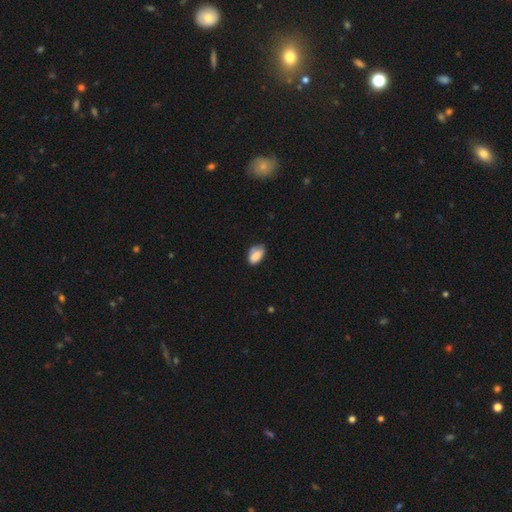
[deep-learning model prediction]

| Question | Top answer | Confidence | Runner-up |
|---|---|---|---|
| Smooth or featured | smooth | 80% | featured or disk (12%) |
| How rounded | in between | 90% | round (7%) |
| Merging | none | 54% | minor disturbance (34%) |